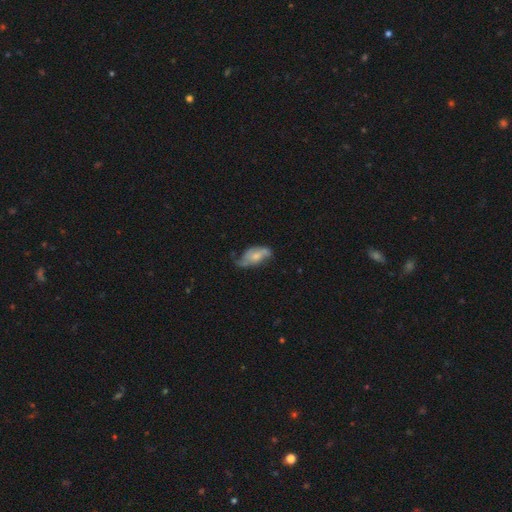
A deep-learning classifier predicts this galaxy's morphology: Smooth or featured? Predicted: featured or disk (p=0.55). Edge-on disk? Predicted: no (p=0.91). Bar? Predicted: no (p=0.70). Spiral arms? Predicted: yes (p=0.75). Bulge size? Predicted: moderate (p=0.44). Merging? Predicted: none (p=0.44).